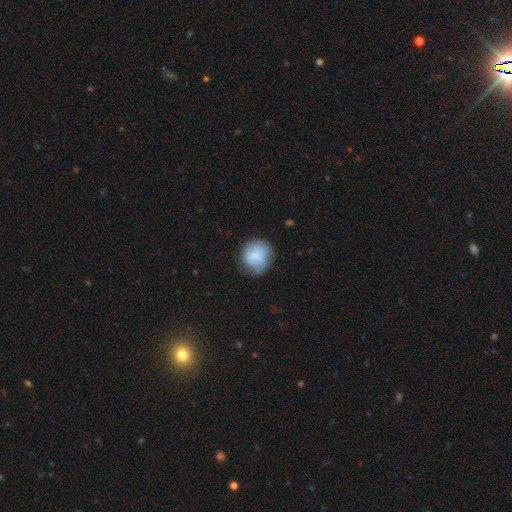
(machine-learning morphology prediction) smooth 69%, featured or disk 23%, star or artifact 8%. Down the decision tree: how rounded — round (80%); merging — none (64%).